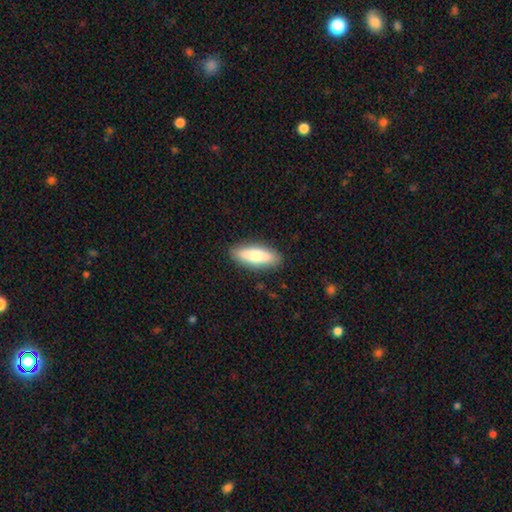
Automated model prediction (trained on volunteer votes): Q: Smooth or featured?
A: smooth (76%); runner-up: featured or disk (18%)
Q: How rounded?
A: in between (63%); runner-up: cigar-shaped (35%)
Q: Merging?
A: none (88%); runner-up: minor disturbance (9%)